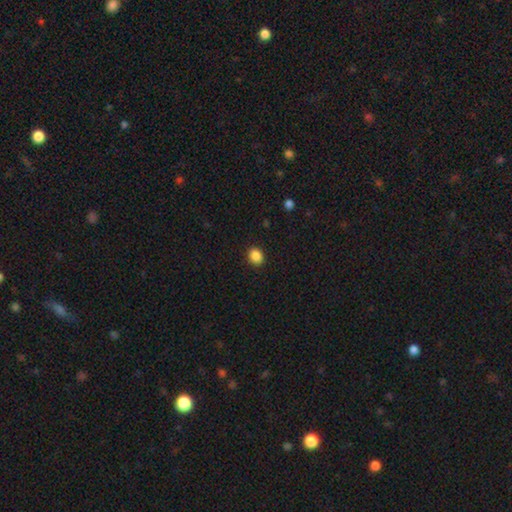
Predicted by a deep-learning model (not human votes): smooth 88%, star or artifact 9%, featured or disk 3%. Down the decision tree: how rounded — round (52%); merging — none (90%).